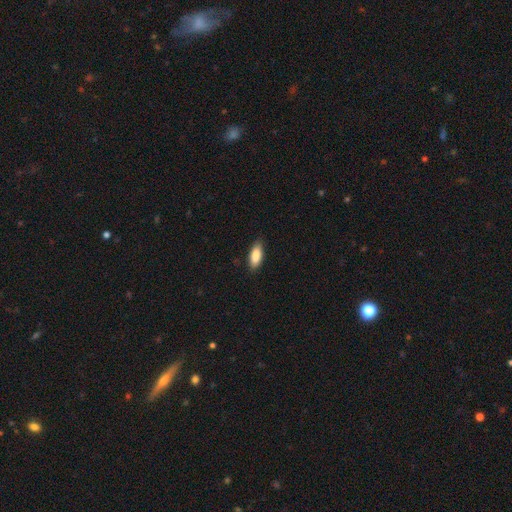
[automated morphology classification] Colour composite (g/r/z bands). It shows a smooth galaxy with no disk features (87%) that is in between round and cigar-shaped (80%). Merging: none (84%).